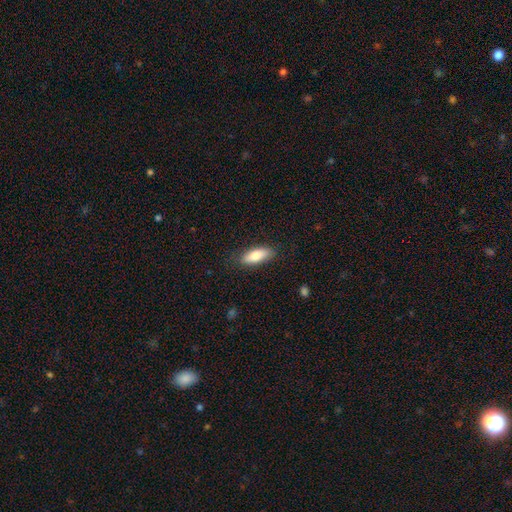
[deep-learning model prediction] This is likely a smooth galaxy (79%). How rounded: likely in between (70%). Merging: clearly none (83%).